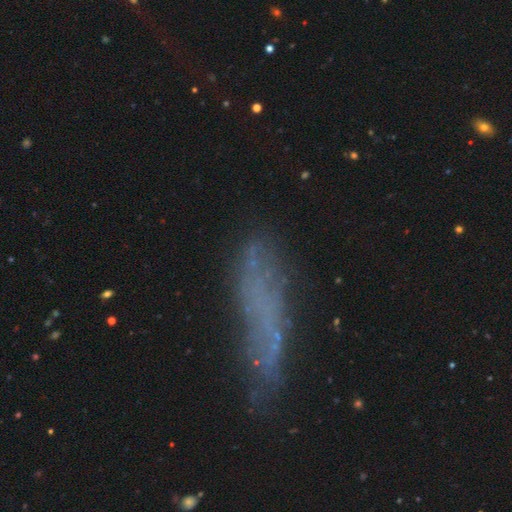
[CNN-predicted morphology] smooth 37% (tied), featured or disk 37% (tied), star or artifact 25%. Down the decision tree: merging — none (61%).